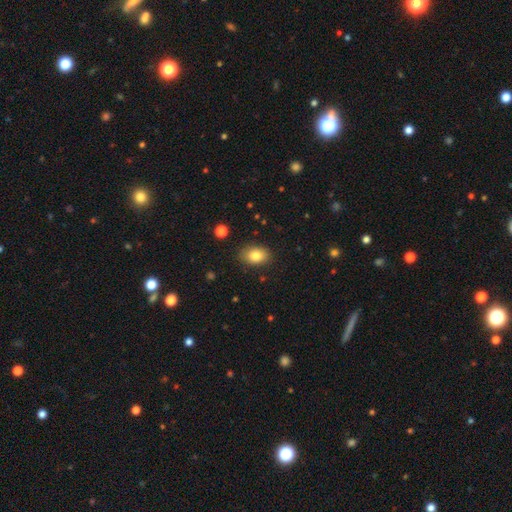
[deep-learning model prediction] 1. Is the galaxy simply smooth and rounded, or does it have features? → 83% smooth, 9% featured or disk, 8% star or artifact.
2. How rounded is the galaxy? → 84% in between, 15% round, 1% cigar-shaped.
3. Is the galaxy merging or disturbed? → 85% none, 11% minor disturbance, 3% major disturbance, 1% merger.